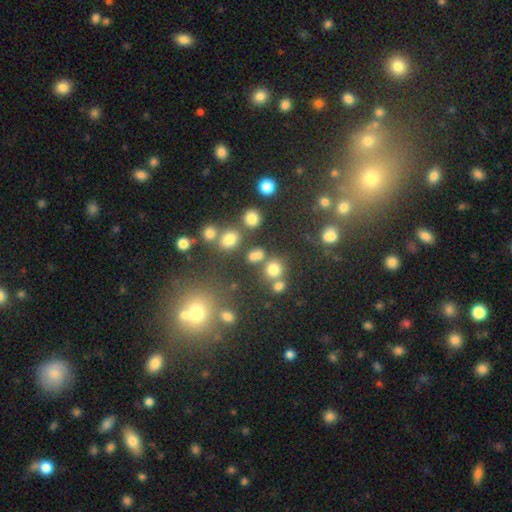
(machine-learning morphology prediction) A smooth galaxy with no disk features (71%) that is round (76%). Merging: none (64%).